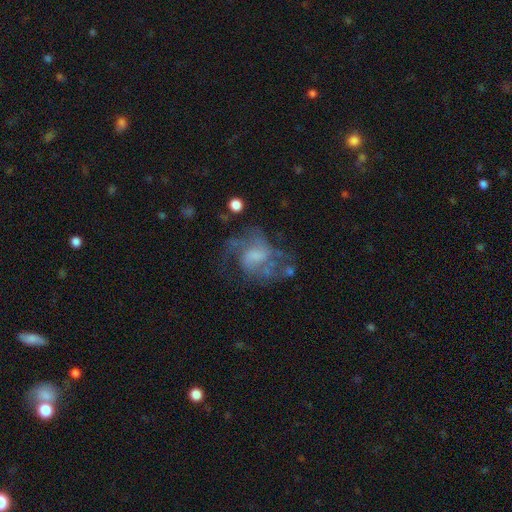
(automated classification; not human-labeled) Overall: featured or disk (71%). Edge-on disk: no (97%). Bar: no (52%; weak 39%). Spiral arms: yes (79%). Spiral arm count: 2 (38%; can't tell 28%). Spiral winding: medium (47%; loose 33%). Bulge size: moderate (32%; none 31%). Merging: none (47%; major disturbance 30%).